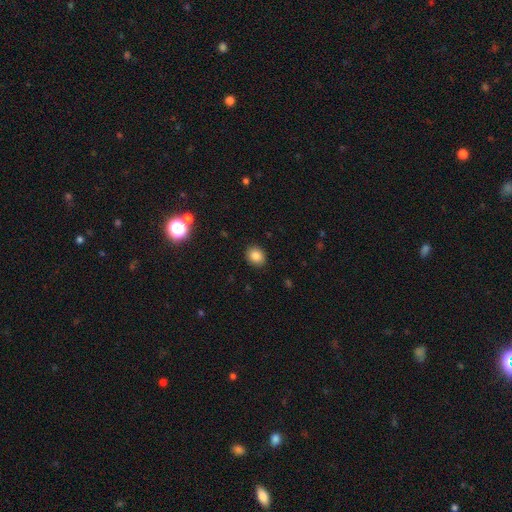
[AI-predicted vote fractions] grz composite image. It shows a smooth galaxy with no disk features (85%) that is round (59%). Merging: none (89%).